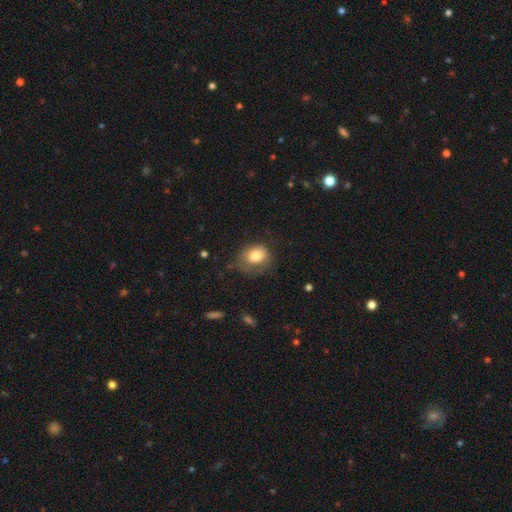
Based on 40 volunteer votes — A smooth galaxy with no disk features (90%) that is in between round and cigar-shaped (64%).

Vote fractions:
- Smooth or featured? smooth: 90% / star or artifact: 8% / featured or disk: 2%
- How rounded? in between: 64% / round: 36% / cigar-shaped: 0%
- Merging? minor disturbance: 41% / major disturbance: 32% / none: 27% / merger: 0%